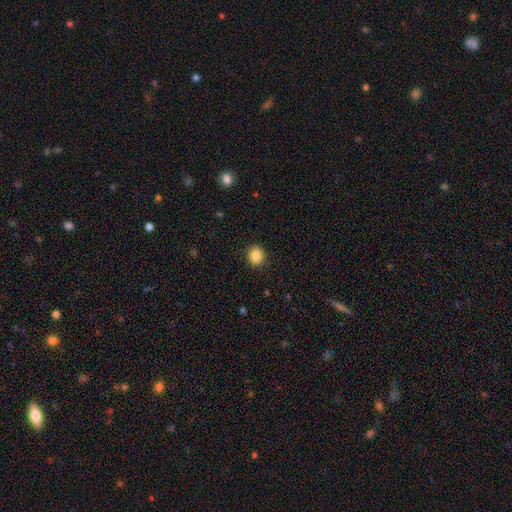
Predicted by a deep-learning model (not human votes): Overall: smooth (87%). How rounded: round (69%; in between 30%). Merging: none (90%).